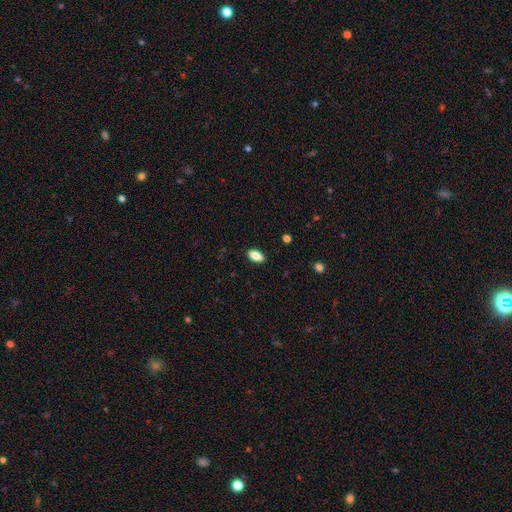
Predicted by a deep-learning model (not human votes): A smooth galaxy with no disk features (82%) that is in between round and cigar-shaped (88%).

Vote fractions:
- Smooth or featured? smooth: 82% / featured or disk: 10% / star or artifact: 8%
- How rounded? in between: 88% / cigar-shaped: 8% / round: 4%
- Merging? none: 88% / minor disturbance: 9% / major disturbance: 2% / merger: 1%